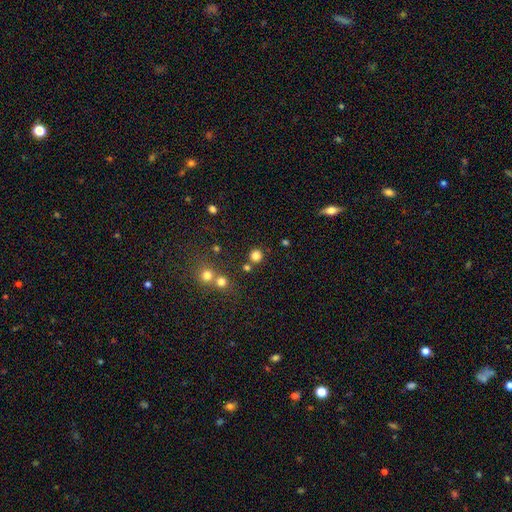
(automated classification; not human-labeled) Smooth or featured? smooth (80%)
How rounded? round (91%)
Merging? none (81%)